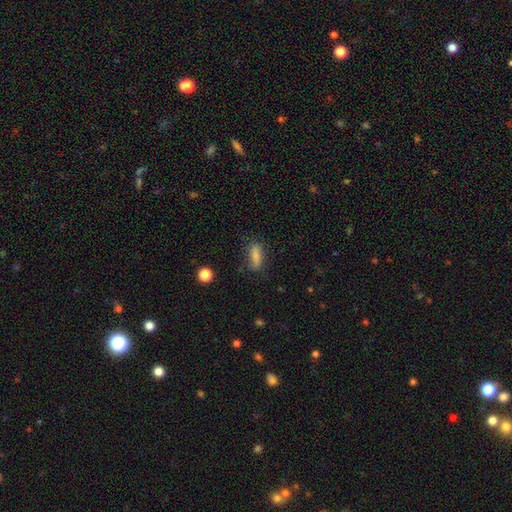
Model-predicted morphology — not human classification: The model was most divided on "how rounded": in between: 63%, cigar-shaped: 33%, round: 4%. More confident: smooth or featured — smooth (78%); merging — none (69%).